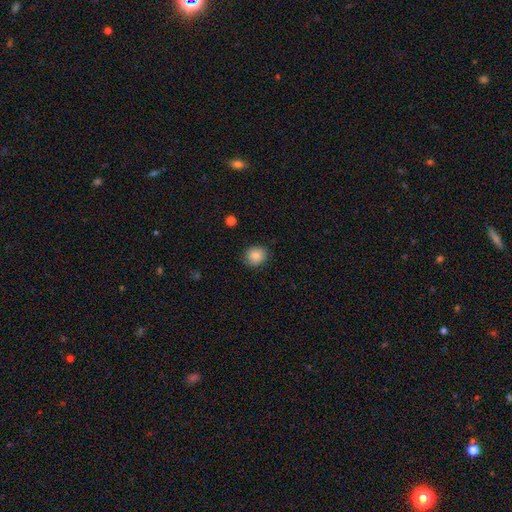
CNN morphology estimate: Smooth or featured: smooth — 83% (star or artifact — 9%)
How rounded: round — 76% (in between — 23%)
Merging: none — 85% (minor disturbance — 11%)